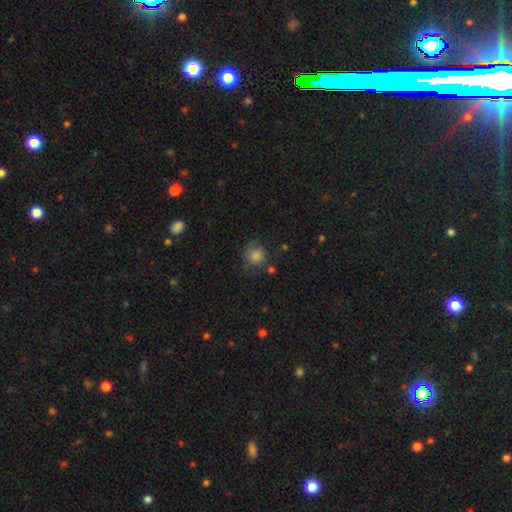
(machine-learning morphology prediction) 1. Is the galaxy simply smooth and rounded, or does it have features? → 77% smooth, 11% featured or disk, 11% star or artifact.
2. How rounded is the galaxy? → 87% round, 12% in between, 1% cigar-shaped.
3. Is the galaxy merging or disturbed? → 66% none, 21% minor disturbance, 10% major disturbance, 3% merger.